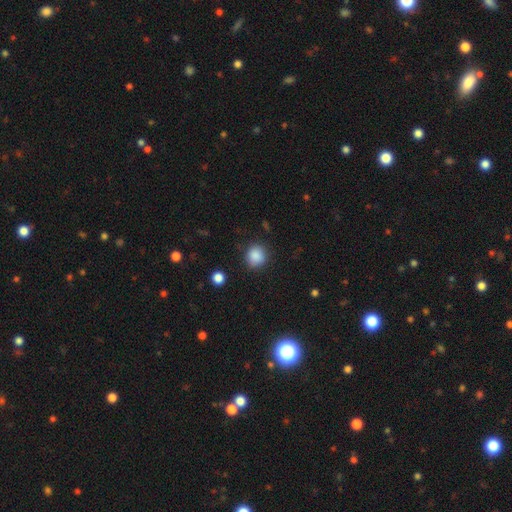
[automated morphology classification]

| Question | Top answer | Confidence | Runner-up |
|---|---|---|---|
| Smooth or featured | smooth | 87% | star or artifact (10%) |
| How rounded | round | 85% | in between (14%) |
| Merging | none | 84% | minor disturbance (11%) |